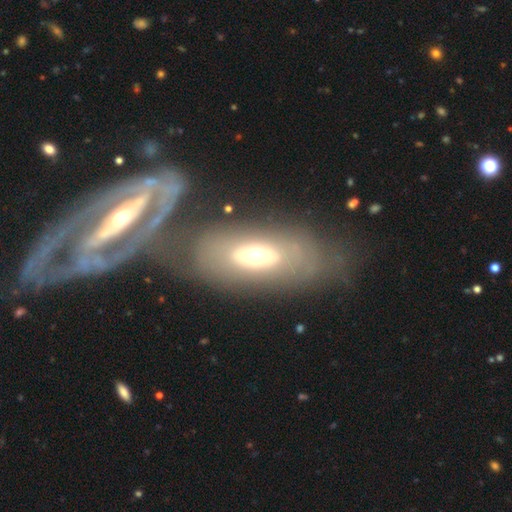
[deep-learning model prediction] smooth-or-featured: featured or disk: 60% | smooth: 33% | star or artifact: 7%
  disk-edge-on: no: 81% | yes: 19%
  merging: none: 51% | merger: 25% | minor disturbance: 15% | major disturbance: 9%